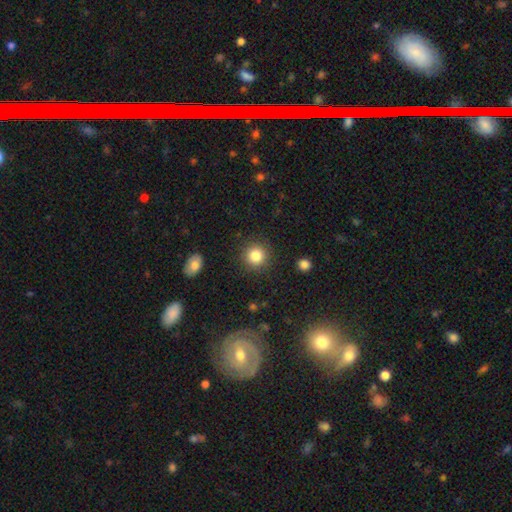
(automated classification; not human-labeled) Q: Smooth or featured?
A: smooth (84%); runner-up: star or artifact (10%)
Q: How rounded?
A: round (93%); runner-up: in between (6%)
Q: Merging?
A: none (89%); runner-up: minor disturbance (7%)